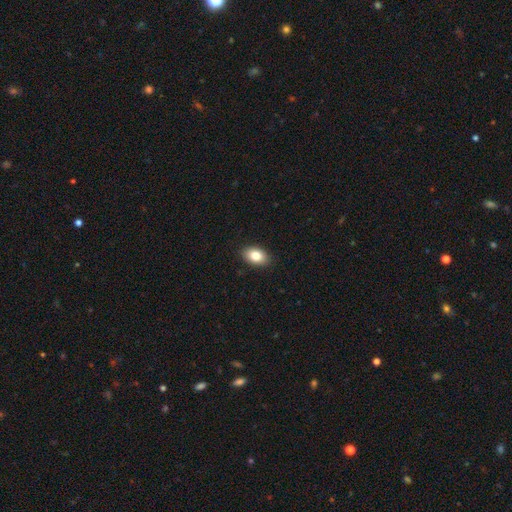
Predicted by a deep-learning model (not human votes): Q: Smooth or featured?
A: smooth (83%); runner-up: featured or disk (9%)
Q: How rounded?
A: in between (89%); runner-up: round (10%)
Q: Merging?
A: none (90%); runner-up: minor disturbance (8%)